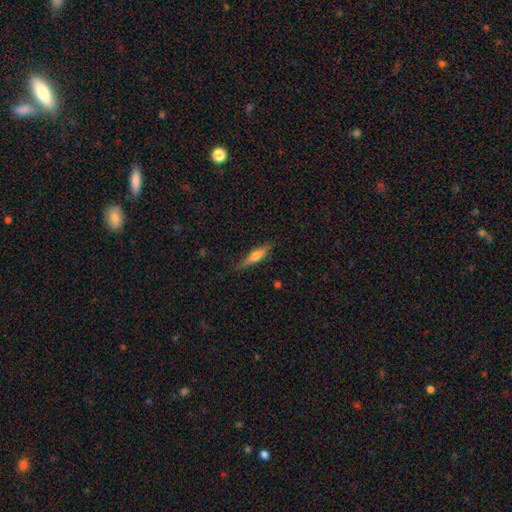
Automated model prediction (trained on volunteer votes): Overall: featured or disk (48%; smooth 46%). Merging: none (81%).